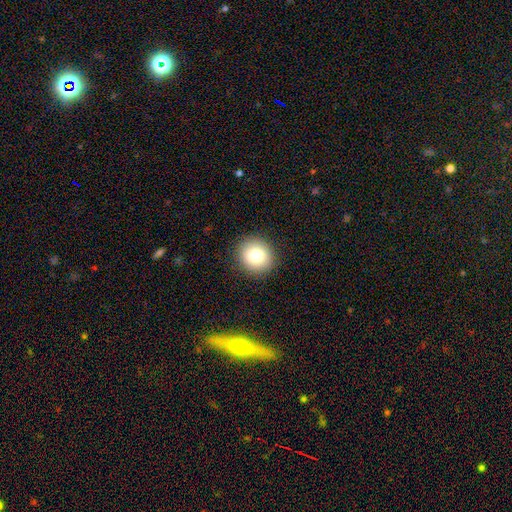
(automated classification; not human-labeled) A smooth galaxy with no disk features (80%) that is round (83%). Merging: none (90%).